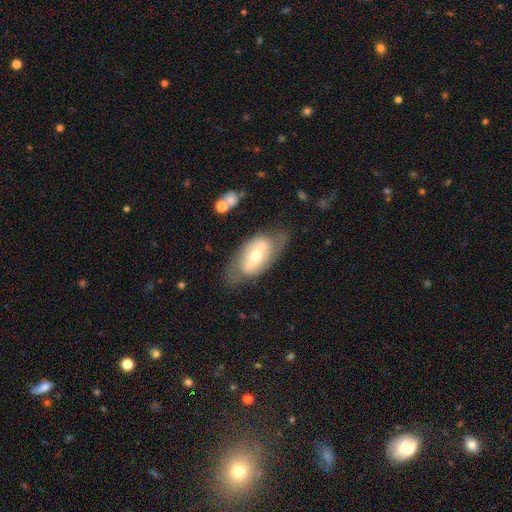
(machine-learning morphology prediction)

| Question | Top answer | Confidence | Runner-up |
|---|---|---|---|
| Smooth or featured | featured or disk | 62% | smooth (32%) |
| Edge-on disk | no | 89% | yes (11%) |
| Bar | strong | 39% | weak (35%) |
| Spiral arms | yes | 56% | no (44%) |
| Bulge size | moderate | 58% | small (34%) |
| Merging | none | 67% | minor disturbance (20%) |